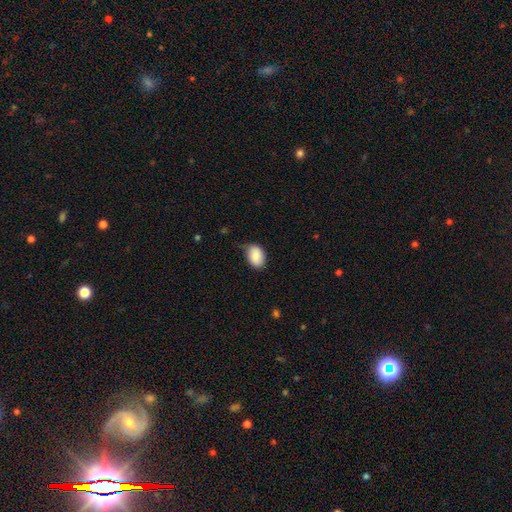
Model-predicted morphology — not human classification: type=smooth (86%); roundness=in between (81%); merging=none (63%).